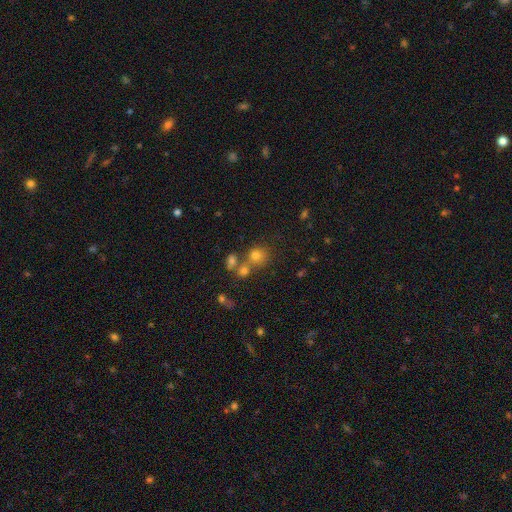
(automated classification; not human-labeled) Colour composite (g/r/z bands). It shows a smooth galaxy with no disk features (68%) that is round (81%). Merging: none (59%).